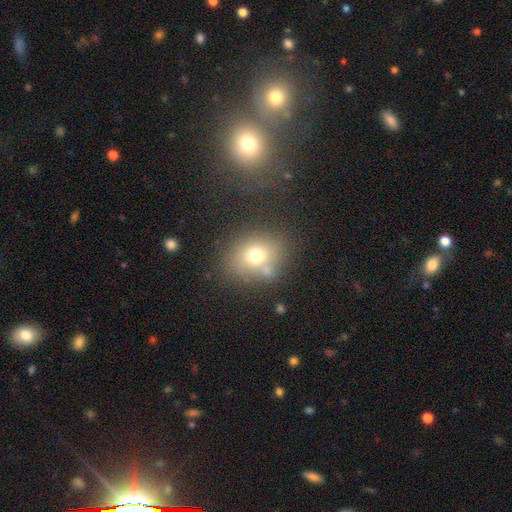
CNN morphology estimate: Smooth or featured?
  - smooth: 71% *
  - featured or disk: 15%
  - star or artifact: 14%
How rounded?
  - round: 57% *
  - in between: 42%
  - cigar-shaped: 1%
Merging?
  - none: 64% *
  - minor disturbance: 15%
  - merger: 15%
  - major disturbance: 7%